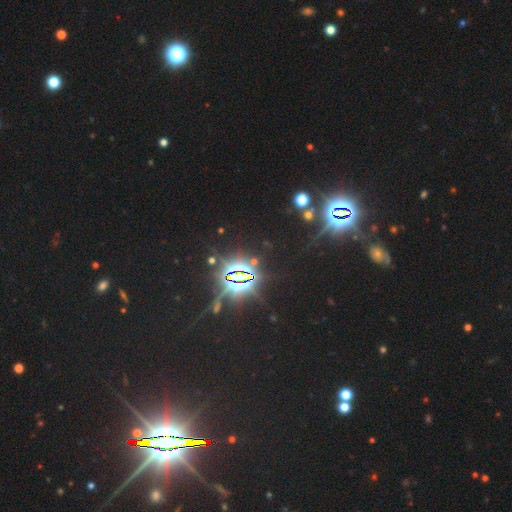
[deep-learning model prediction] This is clearly a star or artifact rather than a galaxy (84%).